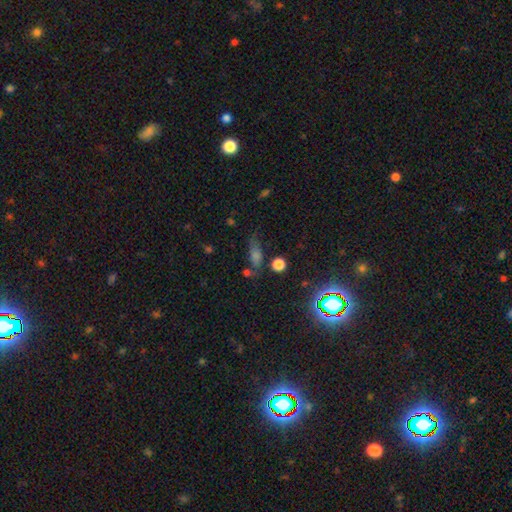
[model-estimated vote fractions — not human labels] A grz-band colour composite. It shows a smooth galaxy with no disk features (52%) that is in between round and cigar-shaped (57%). Merging: none (61%).